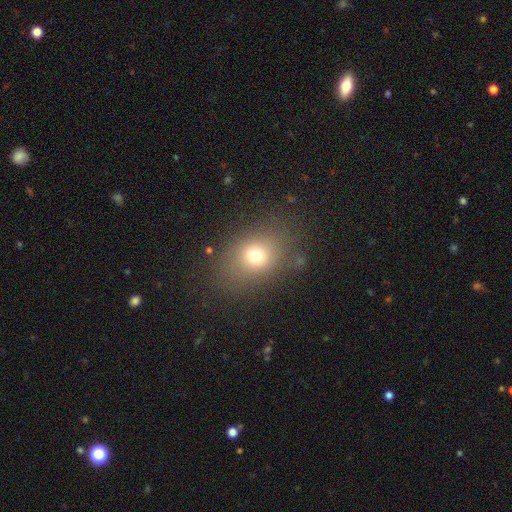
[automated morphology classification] The model was most divided on "how rounded": in between: 54%, round: 45%, cigar-shaped: 1%. More confident: merging — none (77%); smooth or featured — smooth (71%).